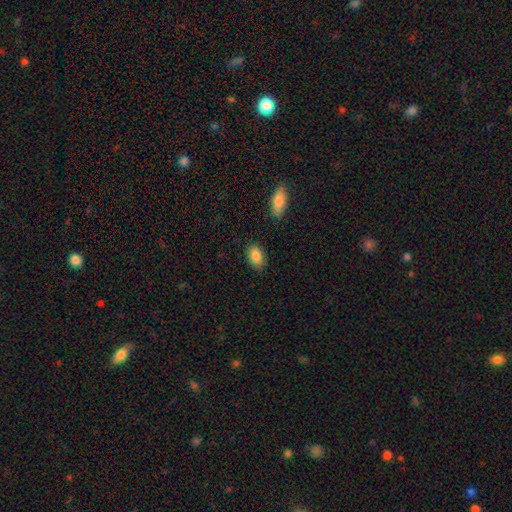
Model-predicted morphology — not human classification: smooth_or_featured: smooth (p=0.87) [alt: star or artifact p=0.07]
how_rounded: in between (p=0.86) [alt: round p=0.12]
merging: none (p=0.84) [alt: minor disturbance p=0.12]